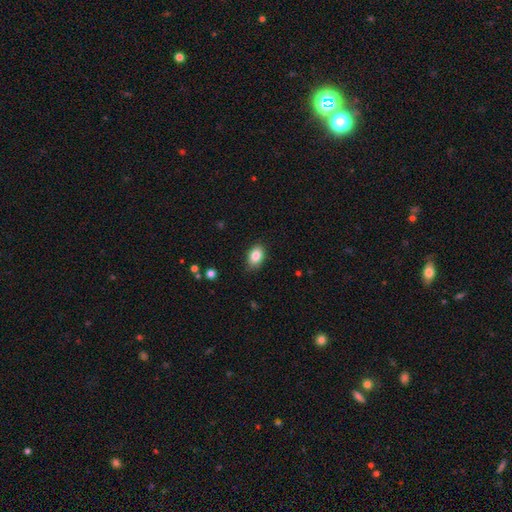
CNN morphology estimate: Overall: smooth (86%). How rounded: in between (86%). Merging: none (83%).